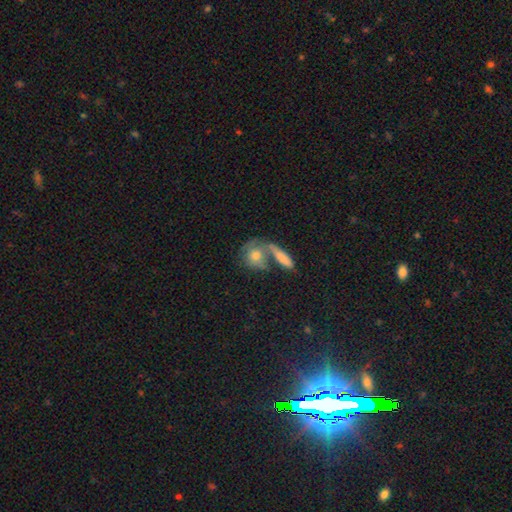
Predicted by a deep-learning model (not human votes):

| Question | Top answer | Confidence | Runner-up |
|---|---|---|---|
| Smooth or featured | smooth | 63% | featured or disk (29%) |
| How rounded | round | 55% | in between (37%) |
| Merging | merger | 42% | none (35%) |